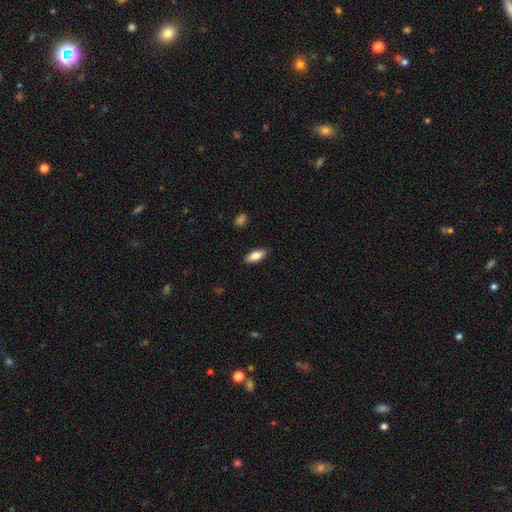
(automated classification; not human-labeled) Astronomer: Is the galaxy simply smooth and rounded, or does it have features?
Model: smooth — 83%.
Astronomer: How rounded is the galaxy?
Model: in between — 83%.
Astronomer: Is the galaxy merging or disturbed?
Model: none — 88%.